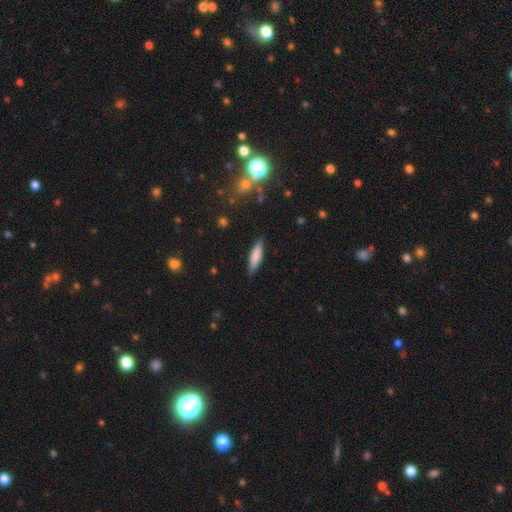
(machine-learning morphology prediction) smooth-or-featured: smooth: 74% | featured or disk: 19% | star or artifact: 6%
  how-rounded: cigar-shaped: 71% | in between: 28% | round: 2%
  merging: none: 85% | minor disturbance: 12% | major disturbance: 2% | merger: 1%